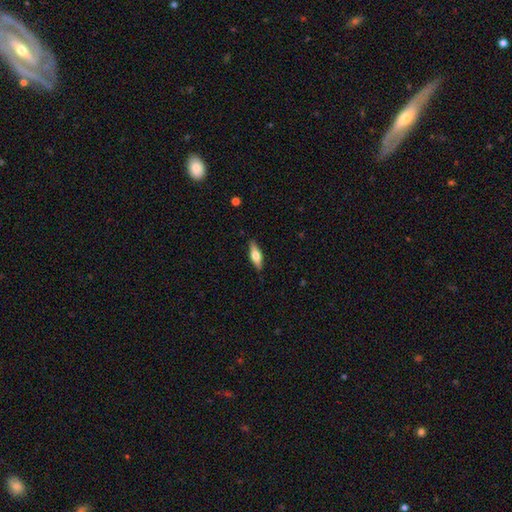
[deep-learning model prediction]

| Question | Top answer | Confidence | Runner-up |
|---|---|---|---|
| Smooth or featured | featured or disk | 48% | smooth (46%) |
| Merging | none | 87% | minor disturbance (10%) |